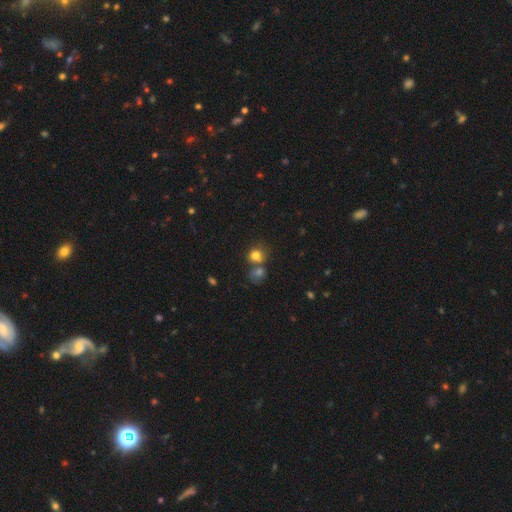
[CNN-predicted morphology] Q: Smooth or featured?
A: smooth (78%); runner-up: star or artifact (13%)
Q: How rounded?
A: round (77%); runner-up: in between (22%)
Q: Merging?
A: none (48%); runner-up: merger (39%)